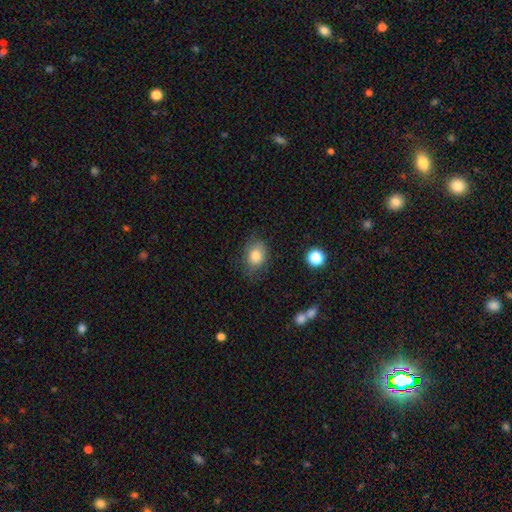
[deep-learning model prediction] Q: Smooth or featured?
A: smooth (81%); runner-up: featured or disk (10%)
Q: How rounded?
A: in between (66%); runner-up: round (33%)
Q: Merging?
A: none (68%); runner-up: minor disturbance (23%)